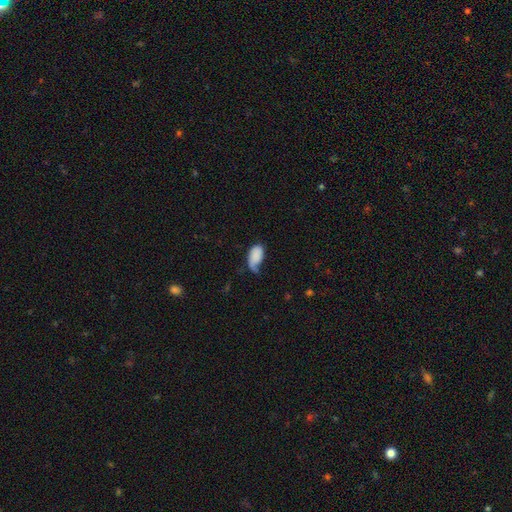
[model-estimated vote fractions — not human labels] Smooth or featured?
  - smooth: 76% *
  - featured or disk: 17%
  - star or artifact: 7%
How rounded?
  - in between: 93% *
  - round: 5%
  - cigar-shaped: 2%
Merging?
  - minor disturbance: 37% *
  - major disturbance: 32%
  - none: 27%
  - merger: 5%